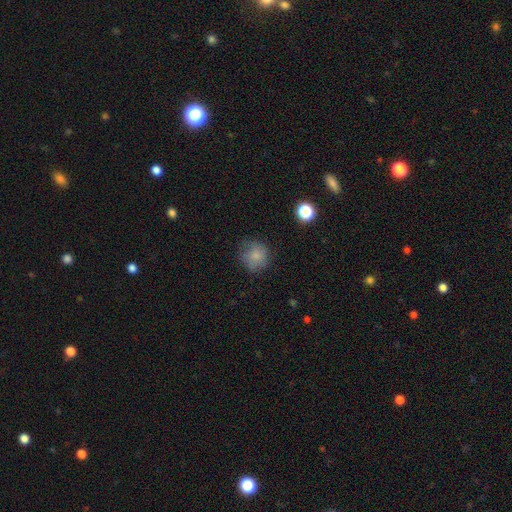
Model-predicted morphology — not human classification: Smooth or featured? Predicted: smooth (p=0.80). How rounded? Predicted: round (p=0.88). Merging? Predicted: none (p=0.71).